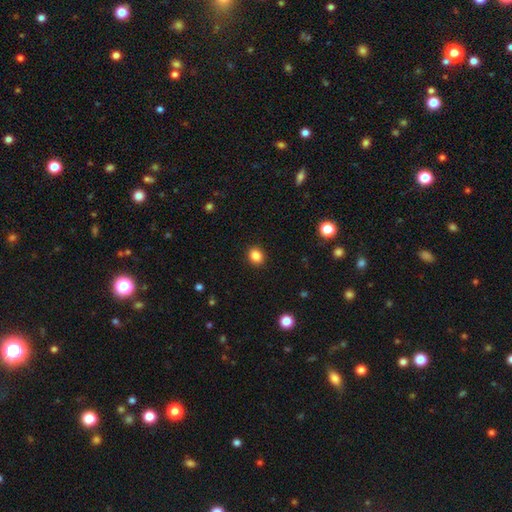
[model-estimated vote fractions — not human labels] Smooth or featured: smooth — 86% (star or artifact — 10%)
How rounded: round — 52% (in between — 47%)
Merging: none — 91% (minor disturbance — 6%)